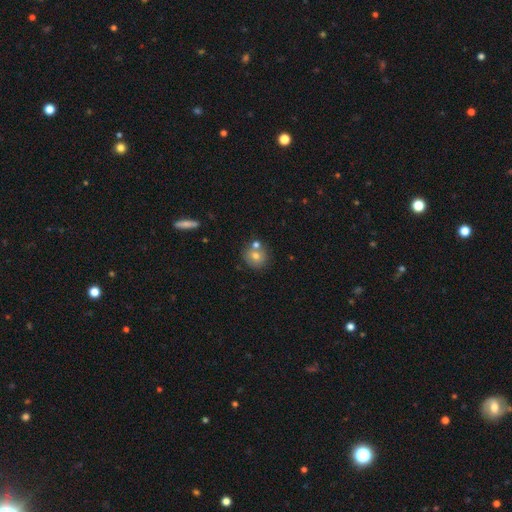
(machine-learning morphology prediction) Overall: smooth (73%). How rounded: round (88%). Merging: none (63%; merger 25%).